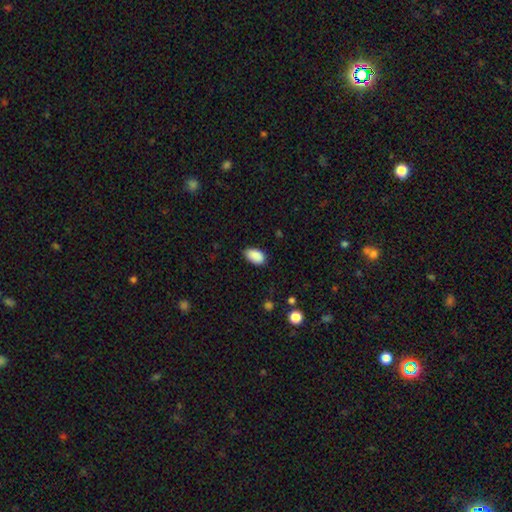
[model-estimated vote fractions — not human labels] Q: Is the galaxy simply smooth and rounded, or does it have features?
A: smooth — 89%.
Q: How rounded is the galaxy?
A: in between — 93%.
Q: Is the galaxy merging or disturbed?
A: none — 76%.